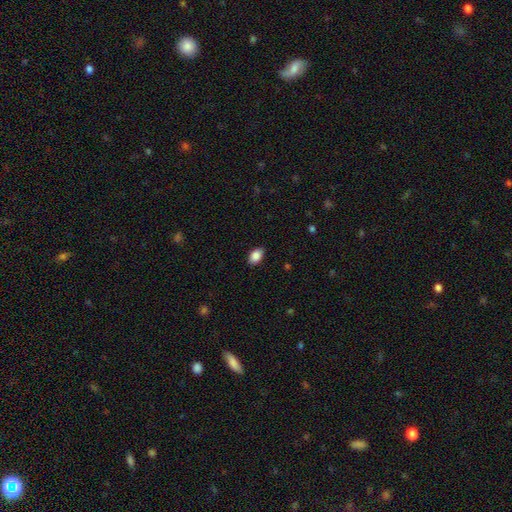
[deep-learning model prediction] smooth 88%, star or artifact 8%, featured or disk 5%. Down the decision tree: how rounded — in between (87%); merging — none (87%).